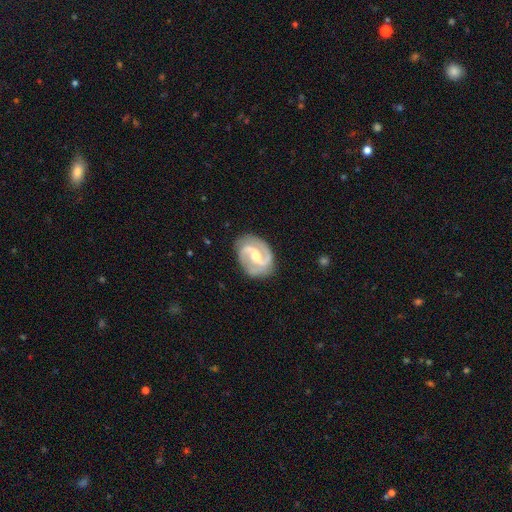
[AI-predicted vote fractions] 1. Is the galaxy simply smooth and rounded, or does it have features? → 91% featured or disk, 5% smooth, 4% star or artifact.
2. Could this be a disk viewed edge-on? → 98% no, 2% yes.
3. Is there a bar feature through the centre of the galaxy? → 49% weak, 31% strong, 20% no.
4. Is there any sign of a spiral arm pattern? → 98% yes, 2% no.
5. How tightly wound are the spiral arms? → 57% medium, 26% tight, 17% loose.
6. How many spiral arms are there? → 93% 2, 2% can't tell, 2% 3, 2% 1, 1% 4, 1% more than 4.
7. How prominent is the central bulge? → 60% moderate, 30% small, 6% large, 3% none, 1% dominant.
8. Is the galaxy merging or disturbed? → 83% none, 12% minor disturbance, 4% major disturbance, 1% merger.